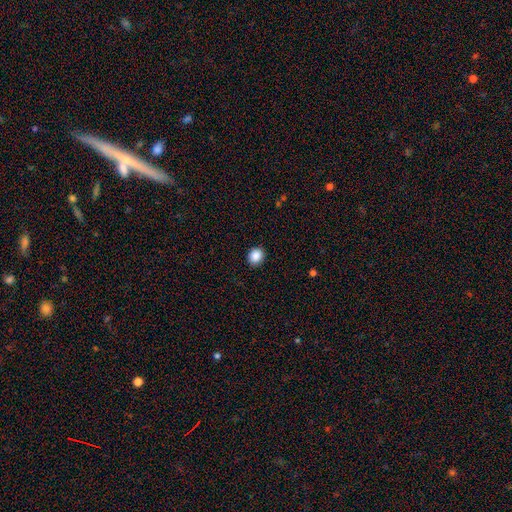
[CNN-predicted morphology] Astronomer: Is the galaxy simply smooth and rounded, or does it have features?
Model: smooth — 88%.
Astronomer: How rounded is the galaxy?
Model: round — 75%.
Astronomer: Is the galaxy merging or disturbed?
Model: none — 90%.